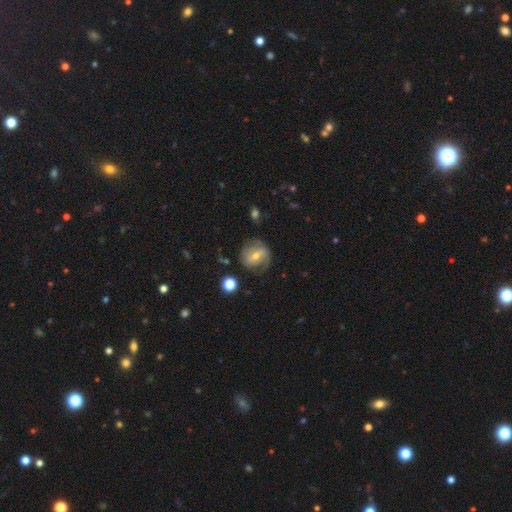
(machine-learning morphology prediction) featured or disk 67%, smooth 24%, star or artifact 9%. Down the decision tree: edge-on disk — no (96%); bar — weak (44%); spiral arms — yes (84%); spiral arm count — 2 (57%); spiral winding — medium (39%); bulge size — moderate (55%); merging — none (67%).